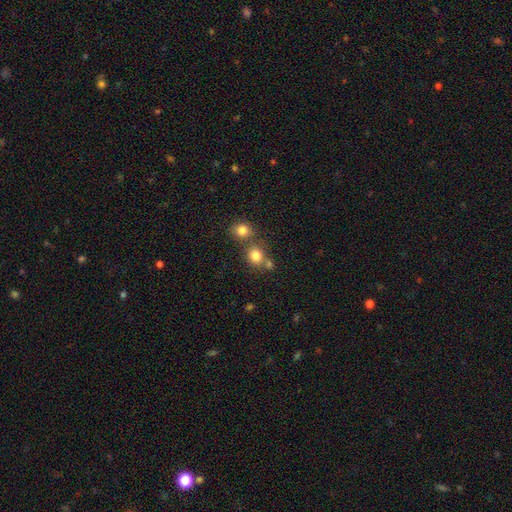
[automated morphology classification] Smooth or featured? smooth (80%)
How rounded? round (79%)
Merging? none (54%)